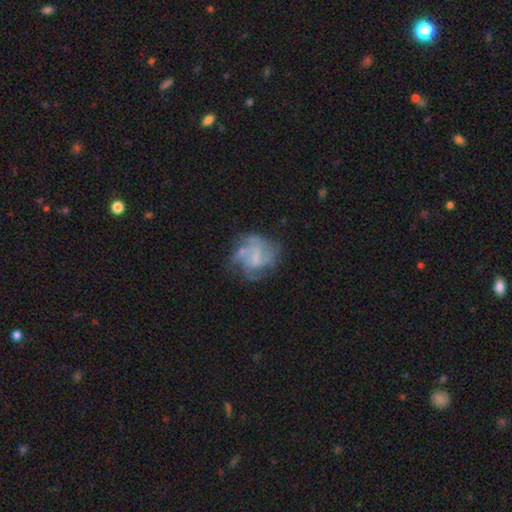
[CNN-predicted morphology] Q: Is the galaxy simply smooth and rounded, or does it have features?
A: featured or disk — 69%.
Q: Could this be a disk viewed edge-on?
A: no — 98%.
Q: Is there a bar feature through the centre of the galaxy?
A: no — 52%.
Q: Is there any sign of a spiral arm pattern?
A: yes — 78%.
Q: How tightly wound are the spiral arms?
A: medium — 42%.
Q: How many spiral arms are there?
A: can't tell — 33%.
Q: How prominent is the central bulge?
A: none — 44%.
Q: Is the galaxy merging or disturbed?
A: none — 55%.